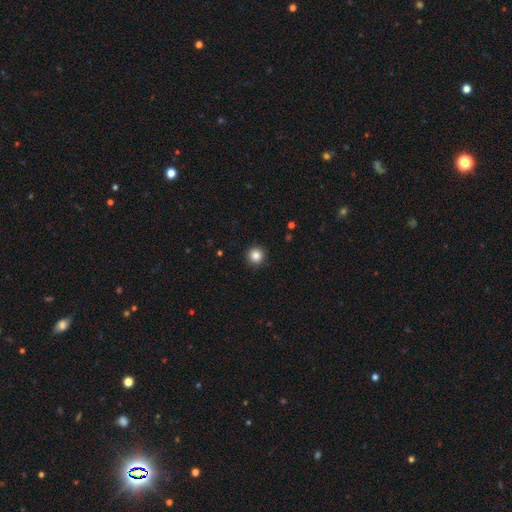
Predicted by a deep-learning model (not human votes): Smooth or featured?
  - smooth: 84% *
  - star or artifact: 11%
  - featured or disk: 5%
How rounded?
  - round: 96% *
  - in between: 3%
  - cigar-shaped: 1%
Merging?
  - none: 93% *
  - minor disturbance: 5%
  - major disturbance: 2%
  - merger: 1%